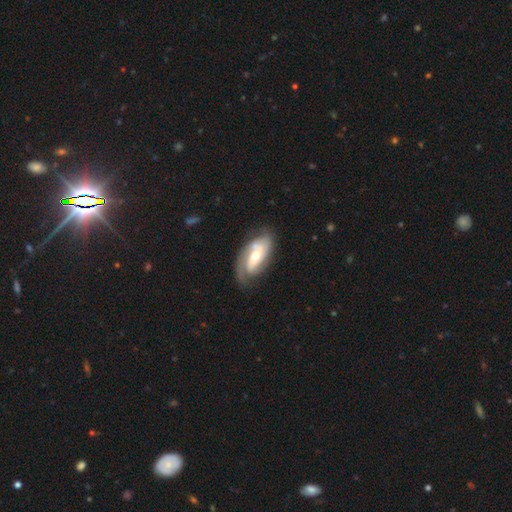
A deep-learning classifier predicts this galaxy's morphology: Q: Smooth or featured?
A: featured or disk (79%); runner-up: smooth (16%)
Q: Edge-on disk?
A: no (94%); runner-up: yes (6%)
Q: Bar?
A: no (48%); runner-up: weak (36%)
Q: Spiral arms?
A: yes (93%); runner-up: no (7%)
Q: Spiral winding?
A: tight (48%); runner-up: medium (38%)
Q: Spiral arm count?
A: 2 (52%); runner-up: can't tell (19%)
Q: Bulge size?
A: moderate (63%); runner-up: small (27%)
Q: Merging?
A: none (63%); runner-up: minor disturbance (22%)